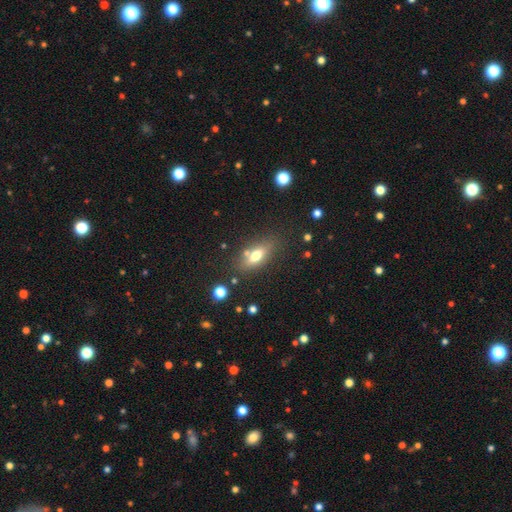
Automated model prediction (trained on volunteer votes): smooth_or_featured: smooth (p=0.67) [alt: featured or disk p=0.23]
how_rounded: in between (p=0.78) [alt: cigar-shaped p=0.16]
merging: none (p=0.72) [alt: minor disturbance p=0.14]